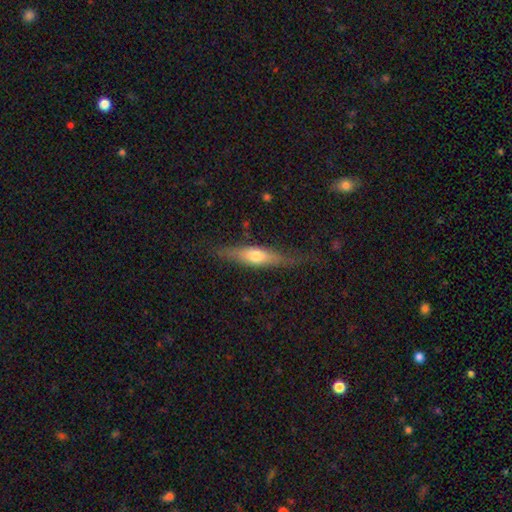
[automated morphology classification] This appears to be a smooth galaxy with no disk features (48%). Merging: none (71%).